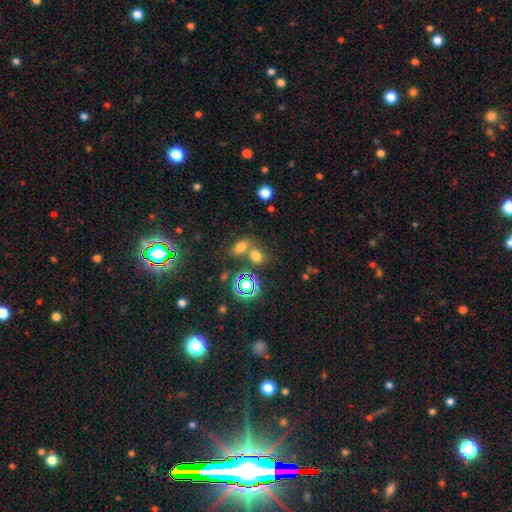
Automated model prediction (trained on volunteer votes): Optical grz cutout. It shows a smooth galaxy with no disk features (68%) that is in between round and cigar-shaped (68%). Merging: none (51%).